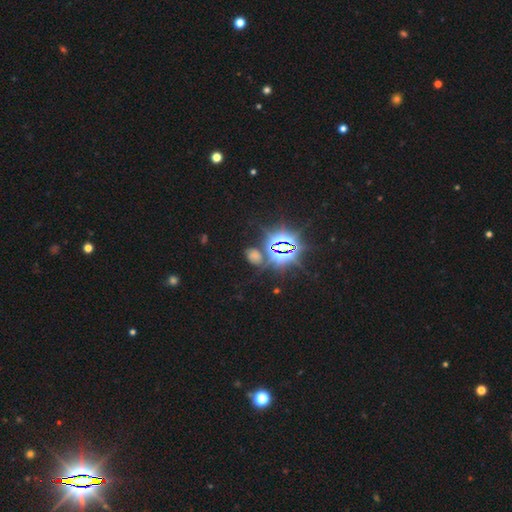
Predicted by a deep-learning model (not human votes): Smooth or featured? star or artifact (76%)